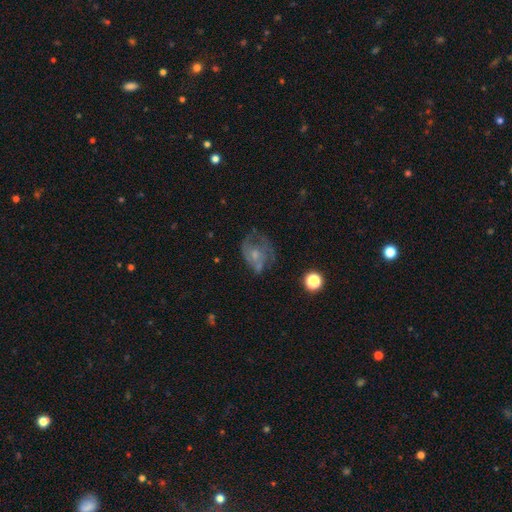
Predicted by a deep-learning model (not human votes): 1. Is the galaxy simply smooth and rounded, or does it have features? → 61% featured or disk, 27% smooth, 11% star or artifact.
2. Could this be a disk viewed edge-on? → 97% no, 3% yes.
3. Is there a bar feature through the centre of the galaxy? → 75% no, 21% weak, 3% strong.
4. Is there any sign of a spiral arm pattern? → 64% yes, 36% no.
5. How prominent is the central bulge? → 50% small, 32% moderate, 13% none, 3% large, 1% dominant.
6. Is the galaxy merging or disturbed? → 39% none, 32% major disturbance, 24% minor disturbance, 4% merger.